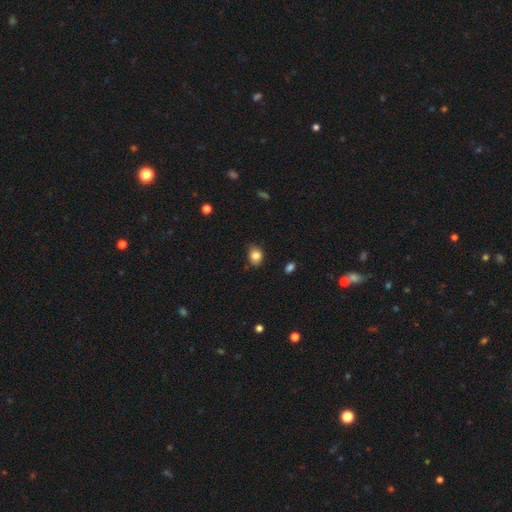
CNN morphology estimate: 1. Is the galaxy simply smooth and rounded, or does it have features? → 83% smooth, 10% star or artifact, 8% featured or disk.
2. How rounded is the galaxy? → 51% in between, 48% round, 1% cigar-shaped.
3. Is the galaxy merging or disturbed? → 69% none, 25% minor disturbance, 4% major disturbance, 2% merger.